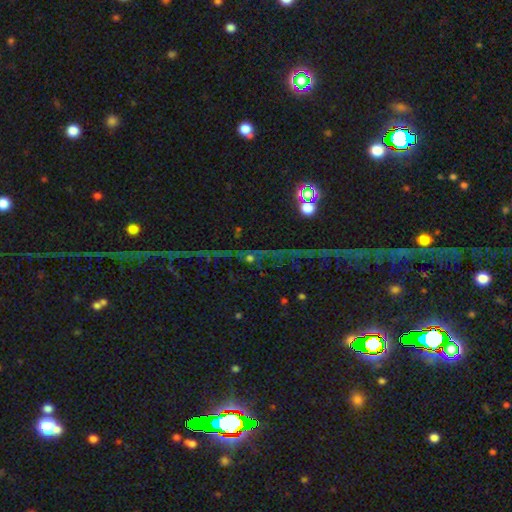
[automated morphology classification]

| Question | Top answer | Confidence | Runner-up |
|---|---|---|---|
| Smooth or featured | star or artifact | 80% | smooth (10%) |